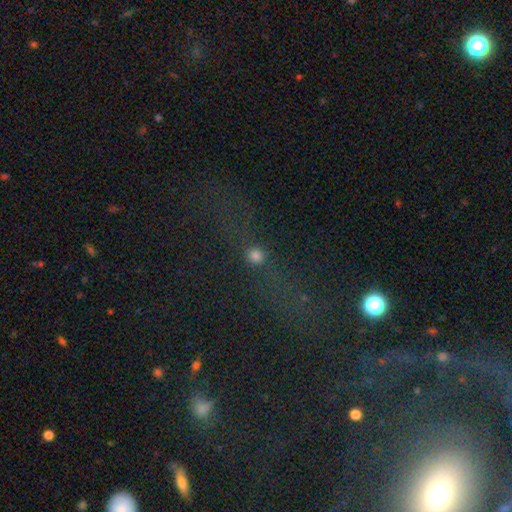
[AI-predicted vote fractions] Smooth or featured: smooth — 63% (star or artifact — 25%)
How rounded: round — 82% (in between — 11%)
Merging: none — 67% (major disturbance — 12%)